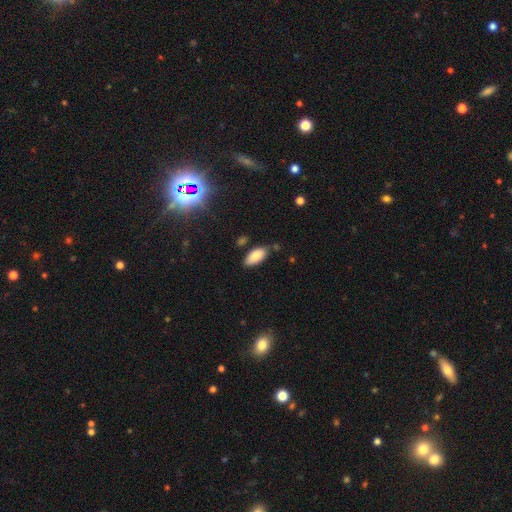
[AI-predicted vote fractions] smooth_or_featured: smooth (p=0.85) [alt: featured or disk p=0.08]
how_rounded: in between (p=0.90) [alt: cigar-shaped p=0.08]
merging: none (p=0.75) [alt: minor disturbance p=0.17]